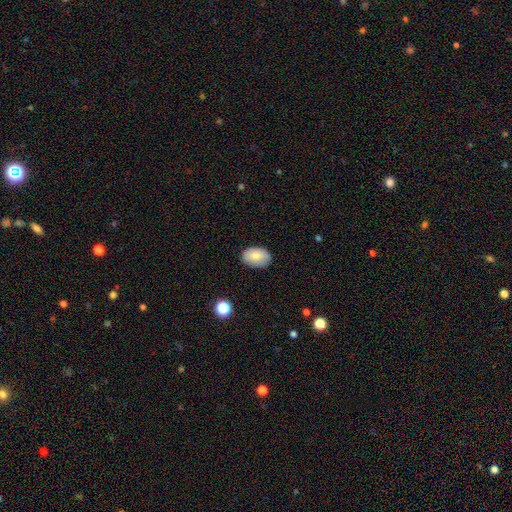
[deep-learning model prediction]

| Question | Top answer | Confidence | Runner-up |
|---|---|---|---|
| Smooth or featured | smooth | 81% | featured or disk (12%) |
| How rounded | in between | 87% | round (12%) |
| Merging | none | 85% | minor disturbance (12%) |